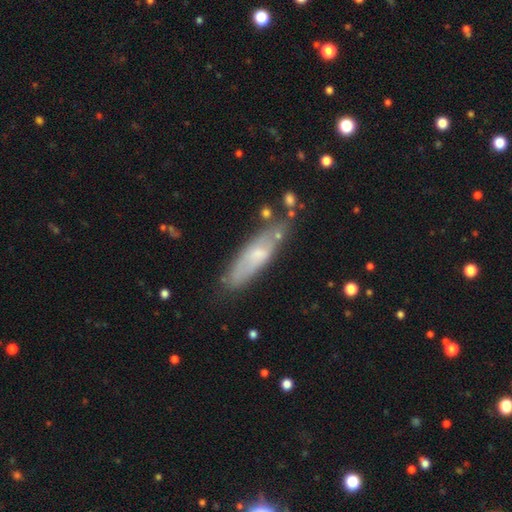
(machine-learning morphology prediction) A smooth galaxy with no disk features (53%) that is cigar-shaped (61%).

Vote fractions:
- Smooth or featured? smooth: 53% / featured or disk: 39% / star or artifact: 7%
- How rounded? cigar-shaped: 61% / in between: 37% / round: 2%
- Merging? none: 64% / minor disturbance: 23% / major disturbance: 7% / merger: 6%